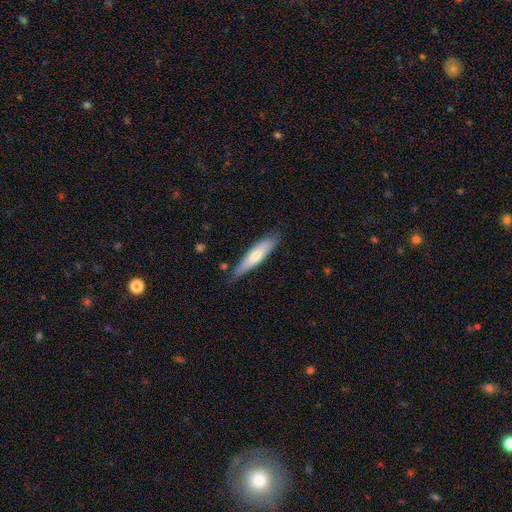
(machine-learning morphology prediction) This is likely a smooth galaxy (63%). How rounded: likely cigar-shaped (77%). Merging: likely none (78%).